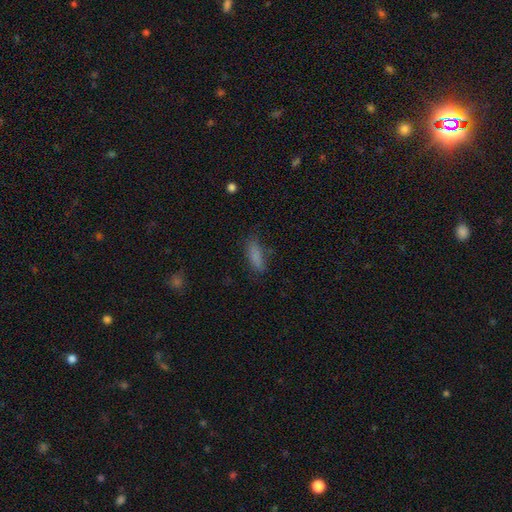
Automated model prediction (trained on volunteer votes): smooth-or-featured: smooth: 81% | star or artifact: 11% | featured or disk: 9%
  how-rounded: in between: 58% | cigar-shaped: 39% | round: 3%
  merging: none: 67% | minor disturbance: 21% | major disturbance: 8% | merger: 3%